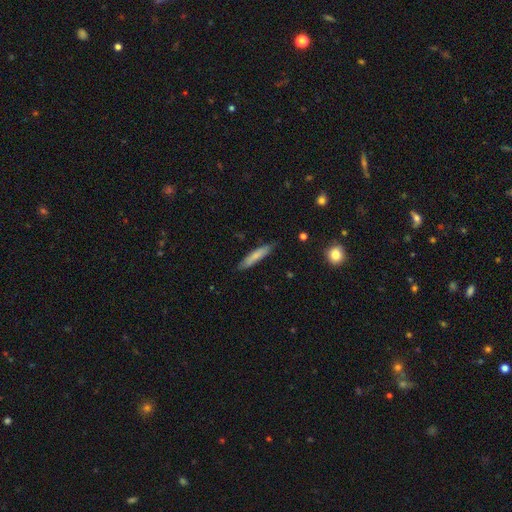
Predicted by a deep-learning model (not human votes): Smooth or featured? Predicted: smooth (p=0.72). How rounded? Predicted: cigar-shaped (p=0.88). Merging? Predicted: none (p=0.83).